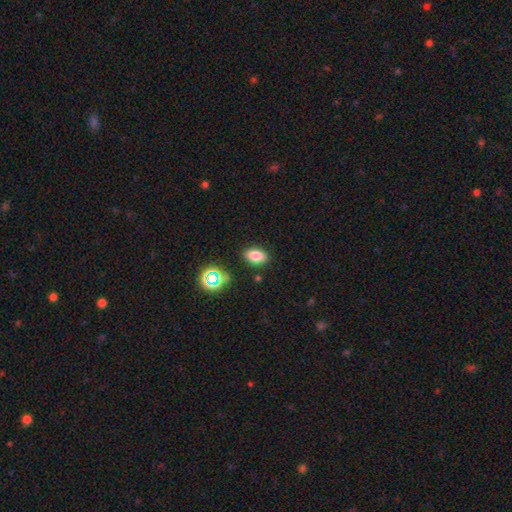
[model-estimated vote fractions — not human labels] smooth_or_featured: smooth (p=0.76) [alt: star or artifact p=0.15]
how_rounded: in between (p=0.87) [alt: round p=0.10]
merging: none (p=0.86) [alt: minor disturbance p=0.10]